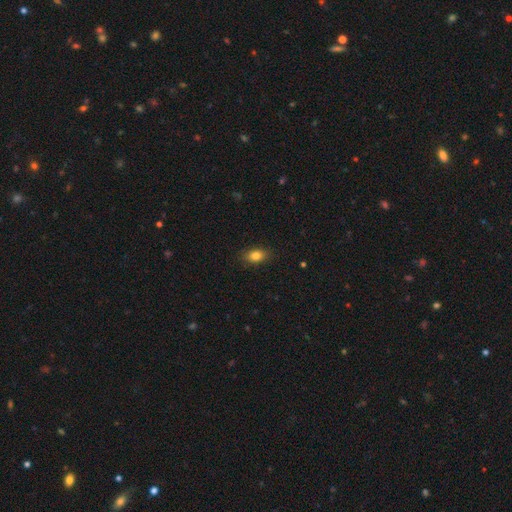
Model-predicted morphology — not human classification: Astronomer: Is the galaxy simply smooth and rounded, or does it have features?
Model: smooth — 83%.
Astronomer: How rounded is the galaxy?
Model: in between — 83%.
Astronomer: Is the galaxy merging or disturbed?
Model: none — 86%.